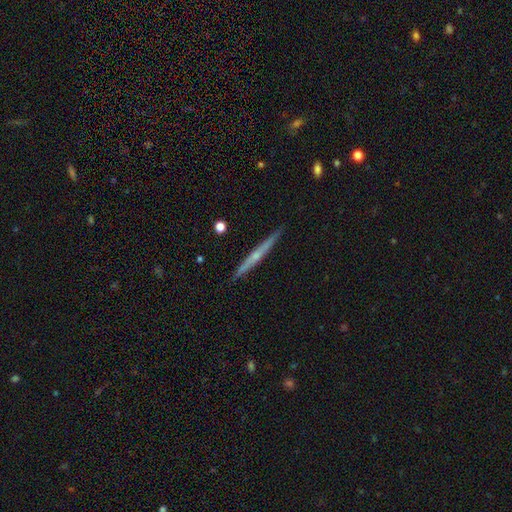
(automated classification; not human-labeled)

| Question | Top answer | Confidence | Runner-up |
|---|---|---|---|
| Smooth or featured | featured or disk | 63% | smooth (30%) |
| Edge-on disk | yes | 98% | no (2%) |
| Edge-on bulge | rounded | 51% | none (45%) |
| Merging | none | 91% | minor disturbance (7%) |